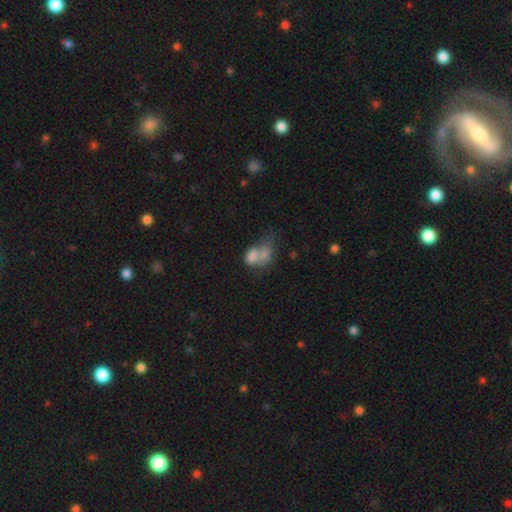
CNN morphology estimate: A smooth galaxy with no disk features (68%) that is in between round and cigar-shaped (79%).

Vote fractions:
- Smooth or featured? smooth: 68% / featured or disk: 21% / star or artifact: 11%
- How rounded? in between: 79% / round: 18% / cigar-shaped: 2%
- Merging? merger: 57% / major disturbance: 17% / none: 15% / minor disturbance: 11%